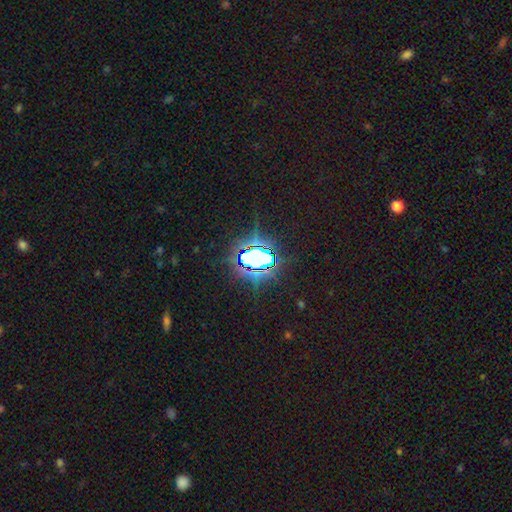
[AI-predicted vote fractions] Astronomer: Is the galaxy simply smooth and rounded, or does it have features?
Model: star or artifact — 74%.